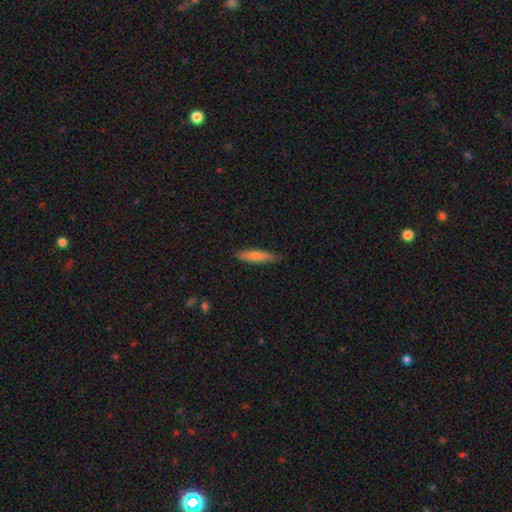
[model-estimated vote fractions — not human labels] A smooth galaxy with no disk features (76%) that is cigar-shaped (81%).

Vote fractions:
- Smooth or featured? smooth: 76% / featured or disk: 18% / star or artifact: 6%
- How rounded? cigar-shaped: 81% / in between: 18% / round: 1%
- Merging? none: 84% / minor disturbance: 12% / major disturbance: 2% / merger: 1%